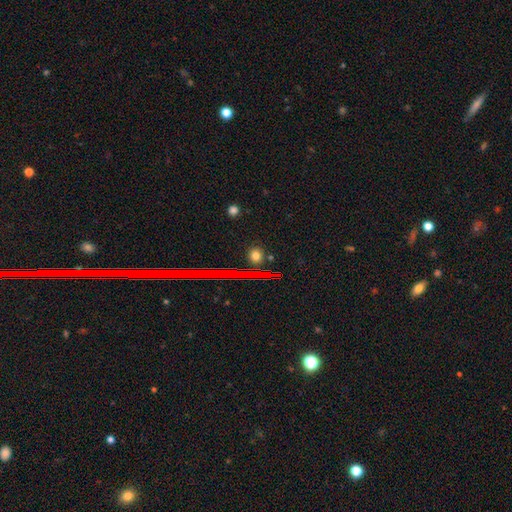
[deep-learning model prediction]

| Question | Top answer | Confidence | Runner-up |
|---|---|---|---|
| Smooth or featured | smooth | 71% | star or artifact (22%) |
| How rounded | round | 81% | in between (16%) |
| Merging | none | 88% | minor disturbance (7%) |